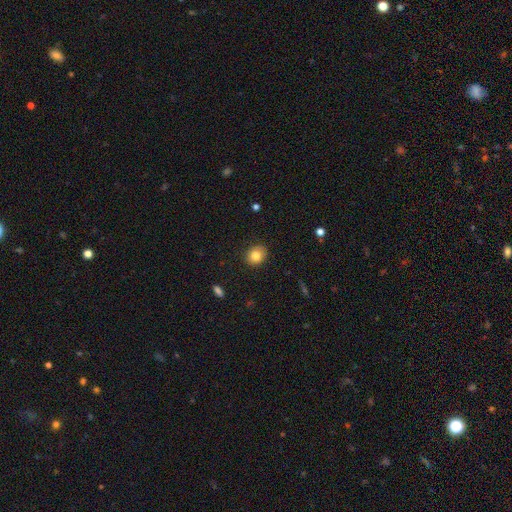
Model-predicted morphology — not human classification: The model was most divided on "how rounded": round: 67%, in between: 32%, cigar-shaped: 1%. More confident: merging — none (88%); smooth or featured — smooth (81%).